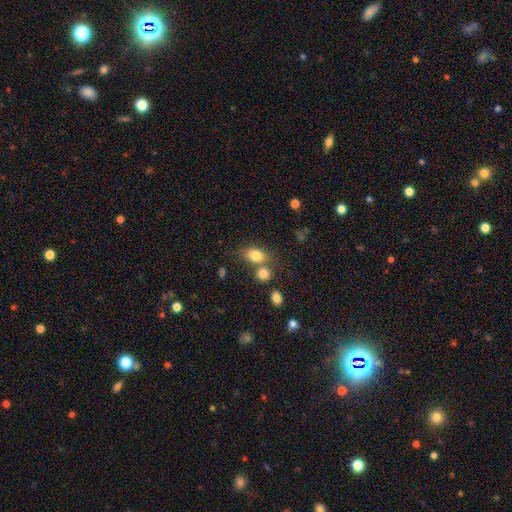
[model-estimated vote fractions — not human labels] This appears to be a smooth galaxy with no disk features (81%) that is in between round and cigar-shaped (73%). Merging: none (52%).